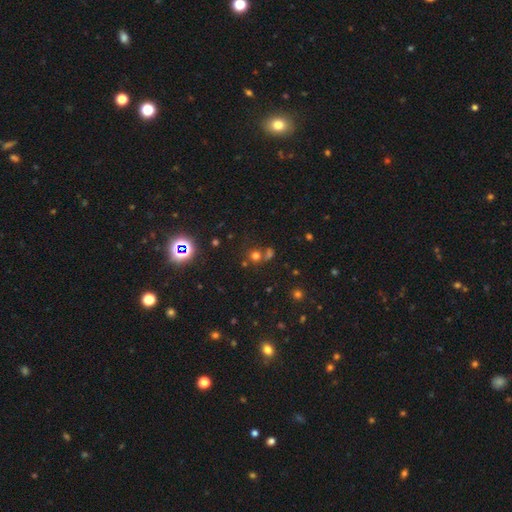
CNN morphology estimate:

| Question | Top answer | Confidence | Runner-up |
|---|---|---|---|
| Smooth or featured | smooth | 58% | star or artifact (33%) |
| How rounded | round | 86% | in between (13%) |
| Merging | none | 57% | merger (30%) |